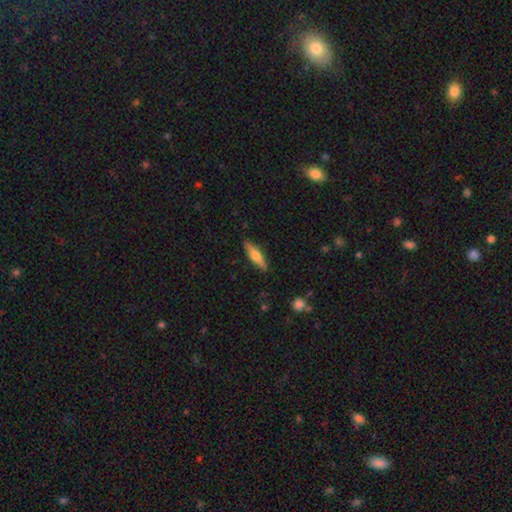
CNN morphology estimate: Smooth or featured: featured or disk — 50% (smooth — 45%)
Merging: none — 89% (minor disturbance — 8%)